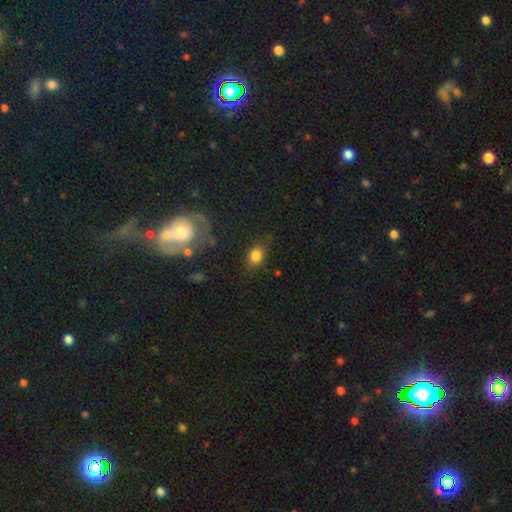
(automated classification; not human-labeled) This appears to be a smooth galaxy with no disk features (79%) that is in between round and cigar-shaped (68%). Merging: none (69%).